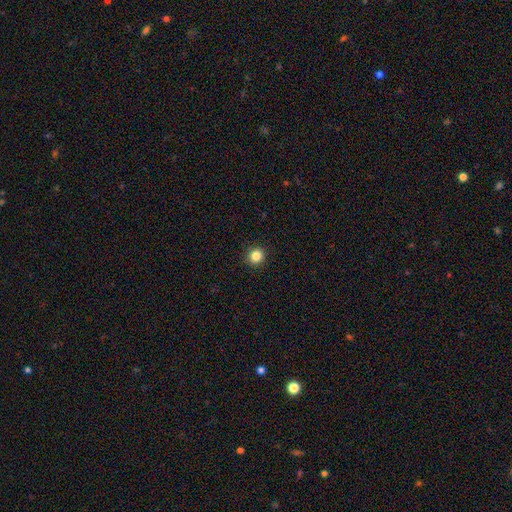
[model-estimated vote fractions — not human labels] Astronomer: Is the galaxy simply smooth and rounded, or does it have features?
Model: smooth — 85%.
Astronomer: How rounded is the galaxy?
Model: round — 92%.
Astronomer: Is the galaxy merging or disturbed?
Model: none — 93%.